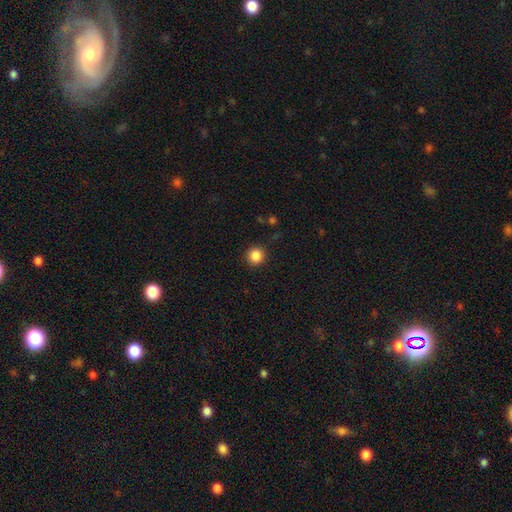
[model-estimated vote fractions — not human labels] smooth-or-featured: smooth: 86% | star or artifact: 11% | featured or disk: 3%
  how-rounded: round: 94% | in between: 5% | cigar-shaped: 1%
  merging: none: 90% | minor disturbance: 6% | major disturbance: 2% | merger: 1%